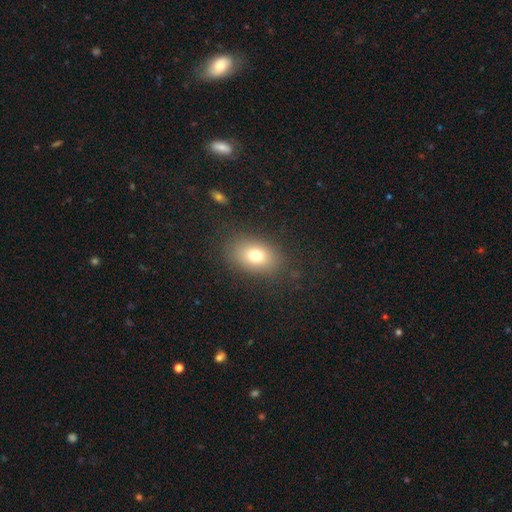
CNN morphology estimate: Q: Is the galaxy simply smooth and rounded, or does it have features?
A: smooth — 76%.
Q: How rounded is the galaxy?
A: in between — 79%.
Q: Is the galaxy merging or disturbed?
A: none — 83%.